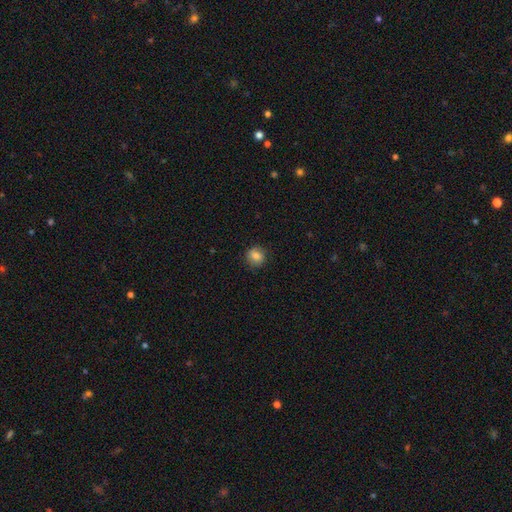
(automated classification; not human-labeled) Overall: smooth (83%). How rounded: round (81%). Merging: none (85%).